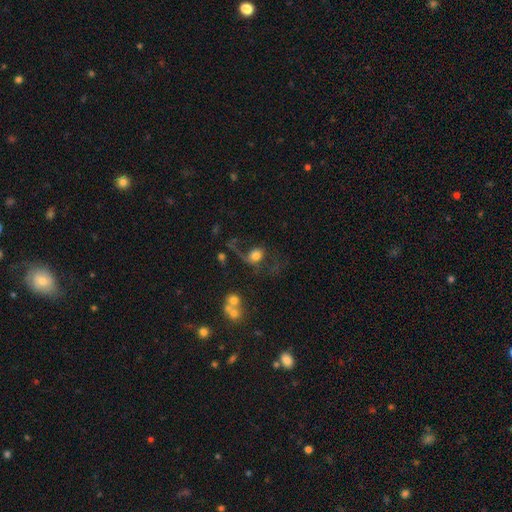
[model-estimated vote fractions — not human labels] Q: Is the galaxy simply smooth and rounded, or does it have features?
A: smooth — 46%.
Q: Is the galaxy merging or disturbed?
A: major disturbance — 43%.